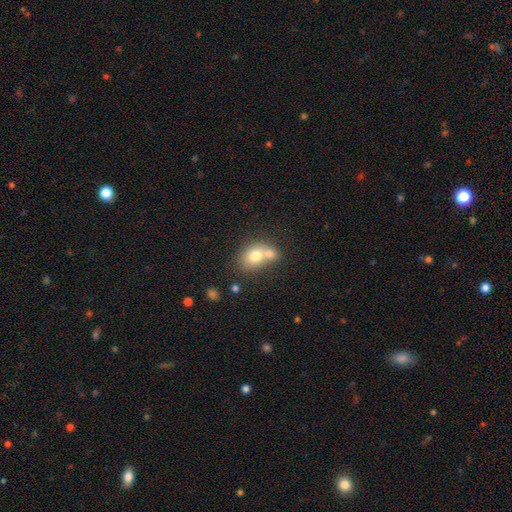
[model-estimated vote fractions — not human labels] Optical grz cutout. It shows a smooth galaxy with no disk features (72%) that is in between round and cigar-shaped (54%). Merging: merger (56%).